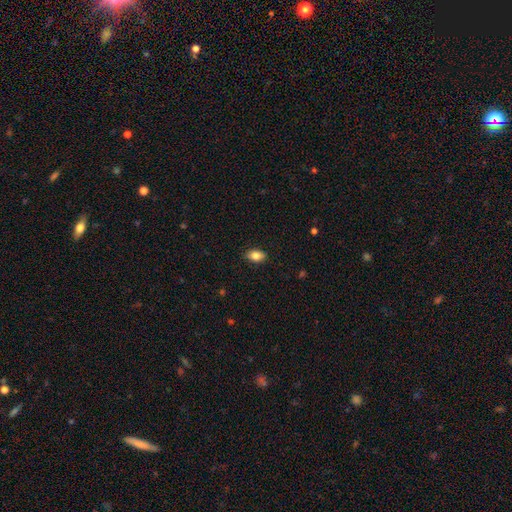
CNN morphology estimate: Smooth or featured? smooth (82%)
How rounded? in between (88%)
Merging? none (88%)